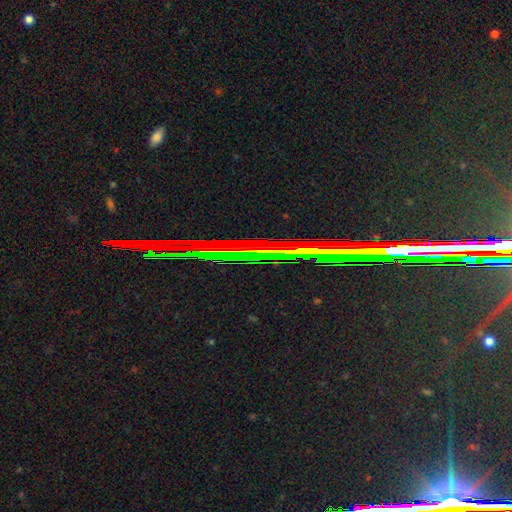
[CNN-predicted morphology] smooth-or-featured: star or artifact: 81% | featured or disk: 11% | smooth: 8%